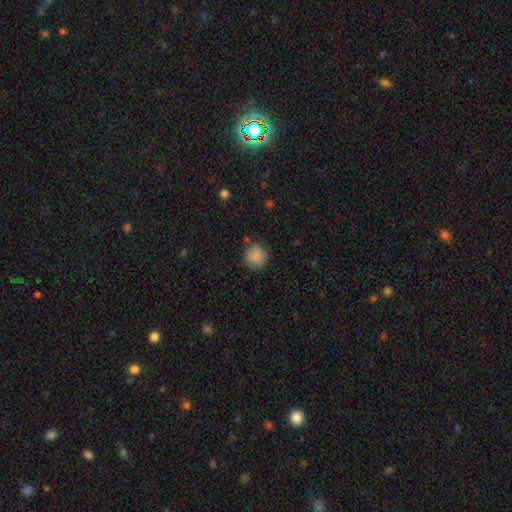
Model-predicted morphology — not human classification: A smooth galaxy with no disk features (85%) that is round (91%). Merging: none (80%).